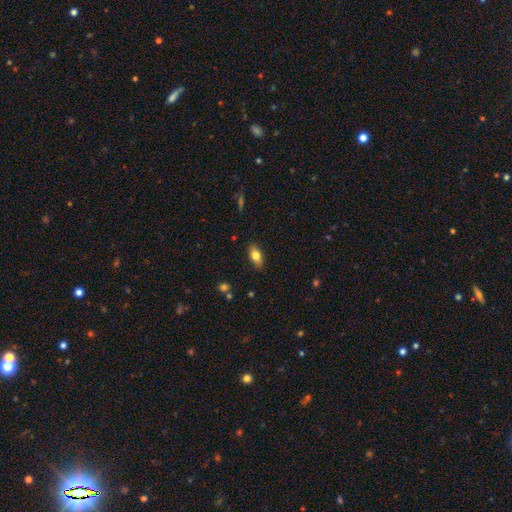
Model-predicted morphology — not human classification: smooth-or-featured: smooth: 79% | featured or disk: 13% | star or artifact: 8%
  how-rounded: in between: 86% | cigar-shaped: 9% | round: 5%
  merging: none: 85% | minor disturbance: 11% | major disturbance: 2% | merger: 1%